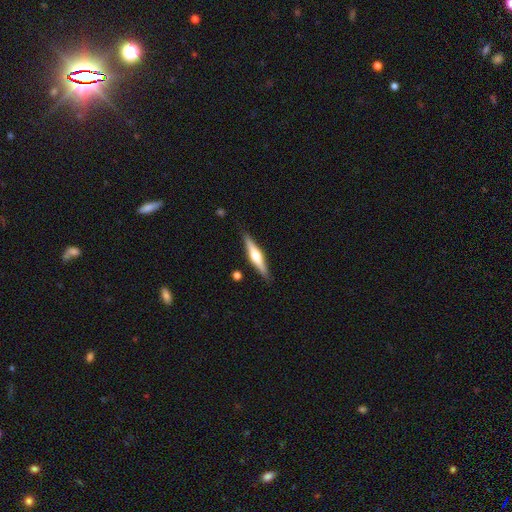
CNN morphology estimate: A featured or disk galaxy (63%) viewed edge-on (97%) with a rounded central bulge (92%).

Vote fractions:
- Smooth or featured? featured or disk: 63% / smooth: 32% / star or artifact: 5%
- Edge-on disk? yes: 97% / no: 3%
- Edge-on bulge? rounded: 92% / boxy: 5% / none: 4%
- Merging? none: 89% / minor disturbance: 8% / merger: 2% / major disturbance: 2%